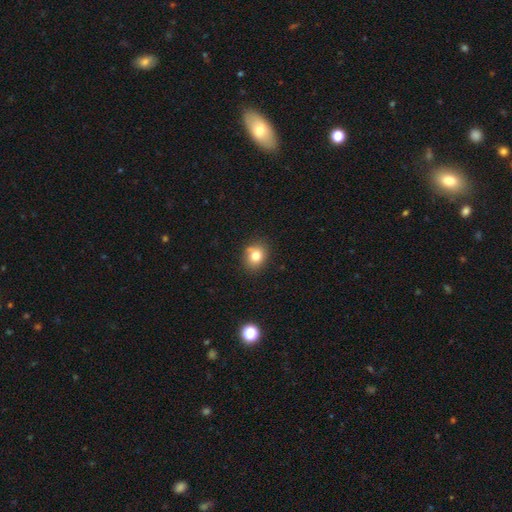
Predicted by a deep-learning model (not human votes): smooth-or-featured: smooth: 78% | star or artifact: 12% | featured or disk: 10%
  how-rounded: round: 66% | in between: 33% | cigar-shaped: 1%
  merging: none: 78% | minor disturbance: 14% | merger: 4% | major disturbance: 3%